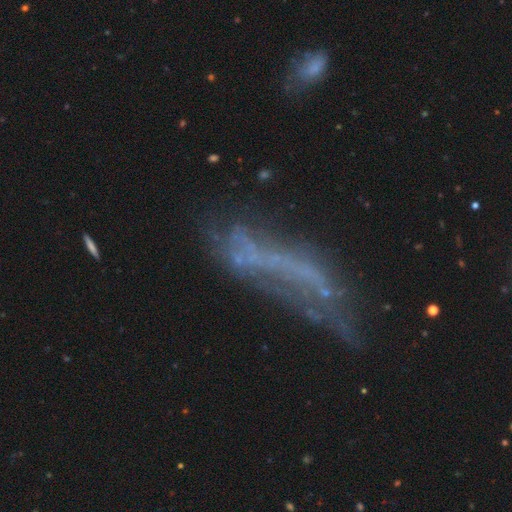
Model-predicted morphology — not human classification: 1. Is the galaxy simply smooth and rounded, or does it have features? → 56% featured or disk, 25% smooth, 20% star or artifact.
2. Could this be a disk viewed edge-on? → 77% no, 23% yes.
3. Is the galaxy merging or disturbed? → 35% major disturbance (tied), 35% none (tied), 19% minor disturbance, 12% merger.